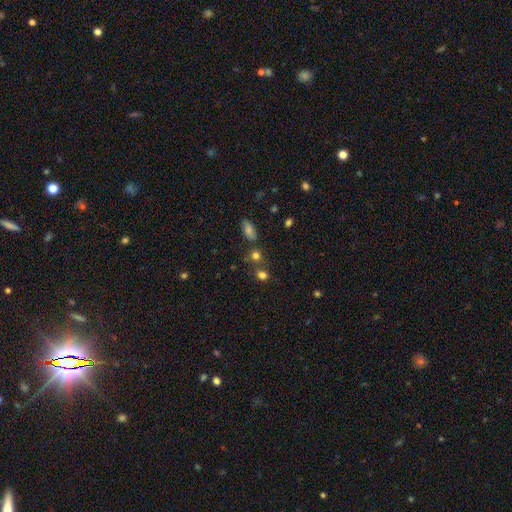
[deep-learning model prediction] Morphology: type=smooth (75%); roundness=round (79%); merging=none (65%).